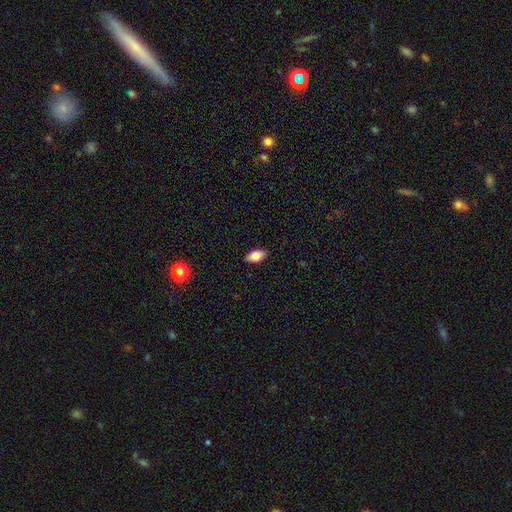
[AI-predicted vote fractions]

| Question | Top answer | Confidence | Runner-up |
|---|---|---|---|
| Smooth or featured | smooth | 80% | featured or disk (13%) |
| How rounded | in between | 91% | round (5%) |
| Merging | none | 87% | minor disturbance (10%) |